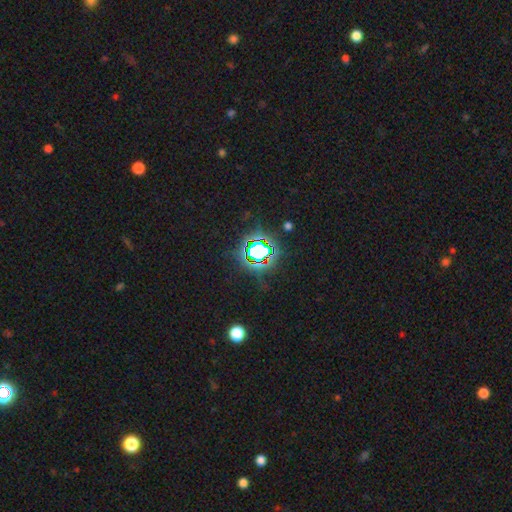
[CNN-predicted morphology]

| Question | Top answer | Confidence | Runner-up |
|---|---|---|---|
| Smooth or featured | star or artifact | 83% | smooth (10%) |